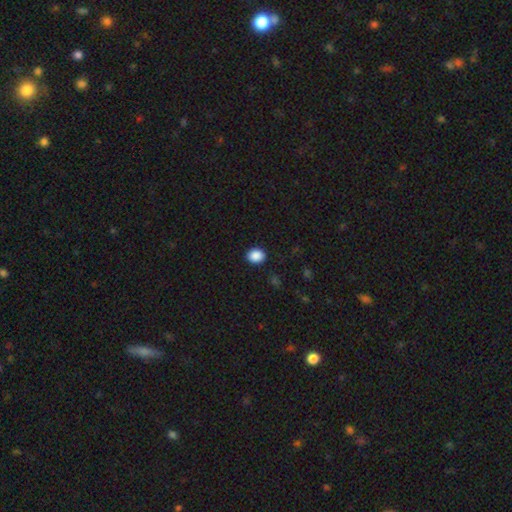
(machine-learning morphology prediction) A smooth galaxy with no disk features (89%) that is round (55%).

Vote fractions:
- Smooth or featured? smooth: 89% / star or artifact: 9% / featured or disk: 3%
- How rounded? round: 55% / in between: 44% / cigar-shaped: 1%
- Merging? none: 90% / minor disturbance: 7% / major disturbance: 2% / merger: 1%